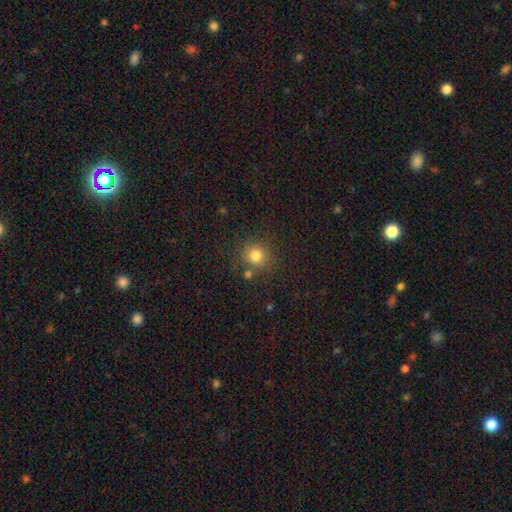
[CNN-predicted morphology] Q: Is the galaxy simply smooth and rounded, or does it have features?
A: smooth — 79%.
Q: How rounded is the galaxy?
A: round — 88%.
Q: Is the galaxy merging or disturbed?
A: none — 77%.